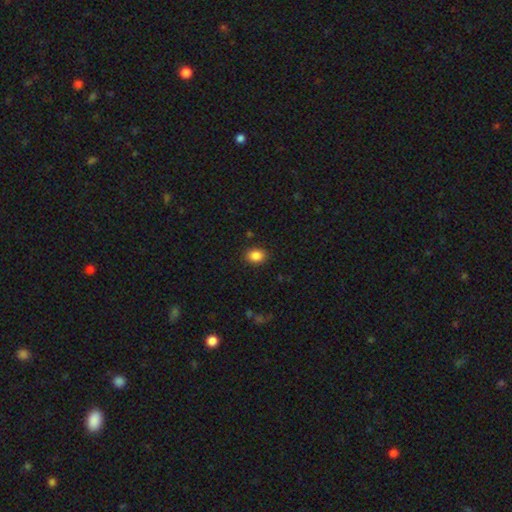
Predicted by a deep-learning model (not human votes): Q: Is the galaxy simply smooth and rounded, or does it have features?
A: smooth — 87%.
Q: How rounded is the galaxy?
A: in between — 59%.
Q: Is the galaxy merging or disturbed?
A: none — 88%.